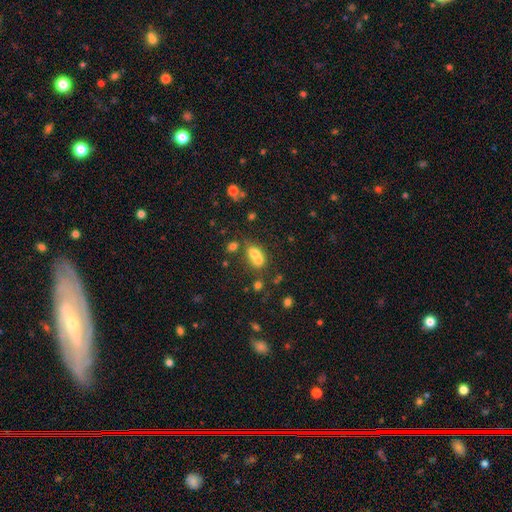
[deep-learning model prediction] Smooth or featured? smooth (68%)
How rounded? in between (63%)
Merging? merger (62%)